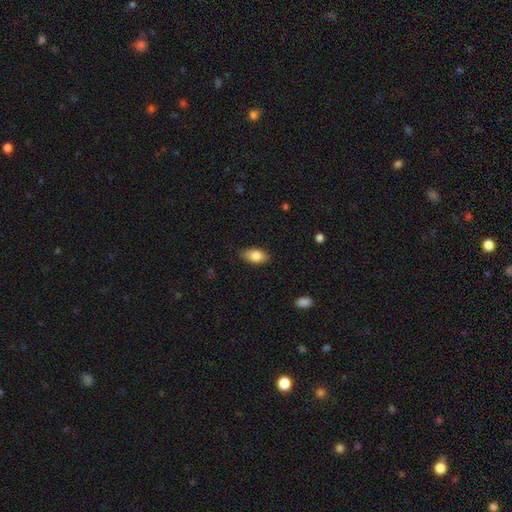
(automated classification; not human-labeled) smooth 83%, featured or disk 10%, star or artifact 7%. Down the decision tree: how rounded — in between (91%); merging — none (80%).